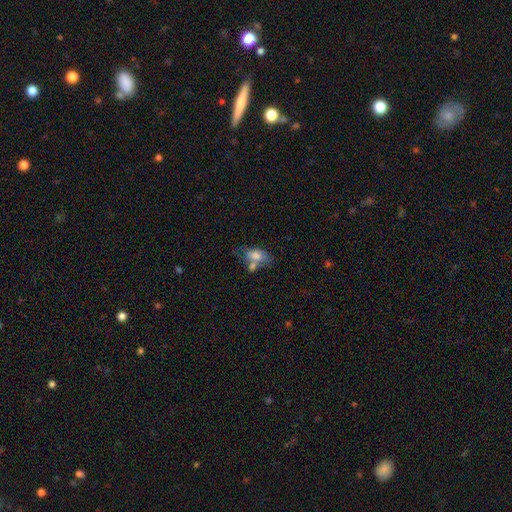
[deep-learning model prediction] Morphology: type=smooth (68%); roundness=in between (88%); merging=merger (41%).